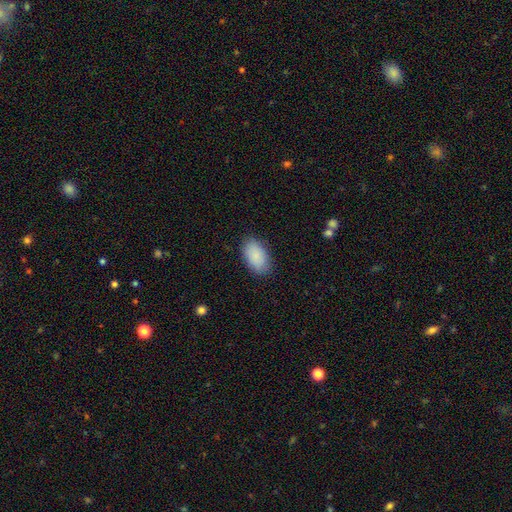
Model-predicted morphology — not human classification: smooth 88%, star or artifact 6%, featured or disk 6%. Down the decision tree: how rounded — in between (94%); merging — none (86%).